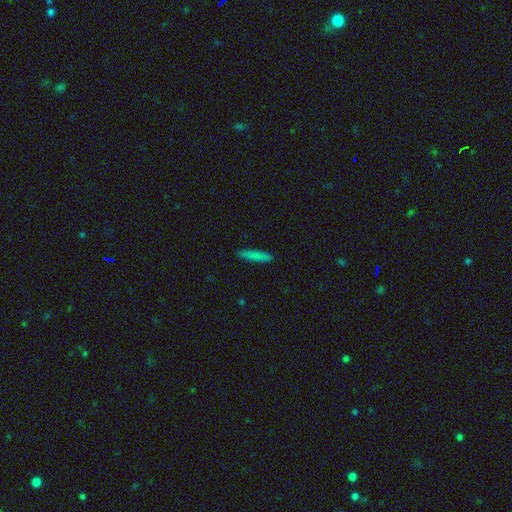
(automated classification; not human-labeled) Smooth or featured: smooth — 82% (featured or disk — 11%)
How rounded: cigar-shaped — 88% (in between — 10%)
Merging: none — 89% (minor disturbance — 8%)